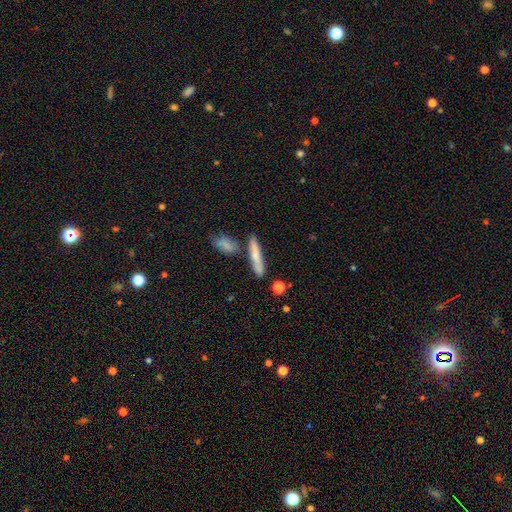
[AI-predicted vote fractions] Smooth or featured?
  - smooth: 73% *
  - featured or disk: 20%
  - star or artifact: 7%
How rounded?
  - cigar-shaped: 85% *
  - in between: 13%
  - round: 3%
Merging?
  - none: 73% *
  - minor disturbance: 12%
  - merger: 11%
  - major disturbance: 3%